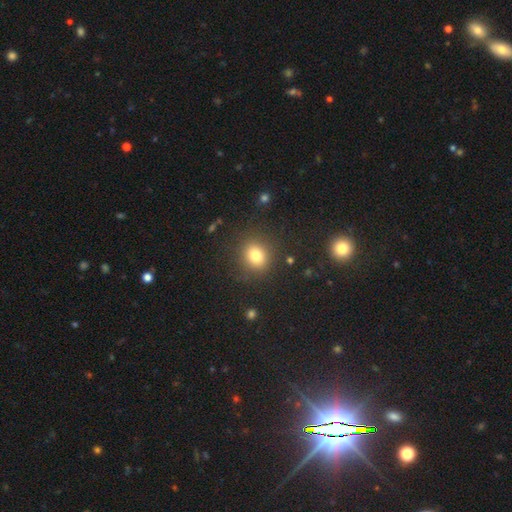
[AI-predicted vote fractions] Overall: smooth (78%). How rounded: round (73%). Merging: none (86%).